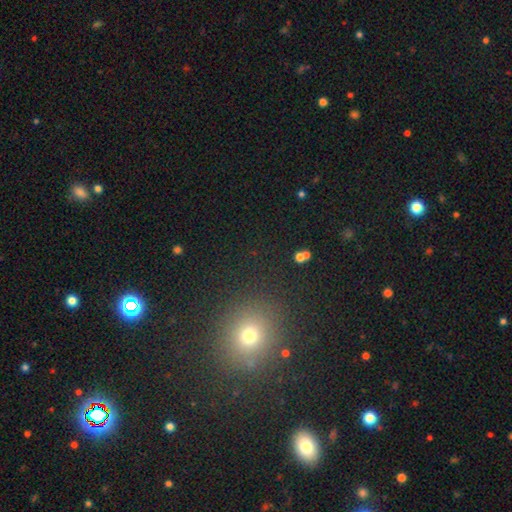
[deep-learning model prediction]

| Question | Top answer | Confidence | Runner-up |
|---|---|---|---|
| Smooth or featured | smooth | 53% | star or artifact (39%) |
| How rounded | round | 80% | in between (18%) |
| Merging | none | 89% | minor disturbance (6%) |